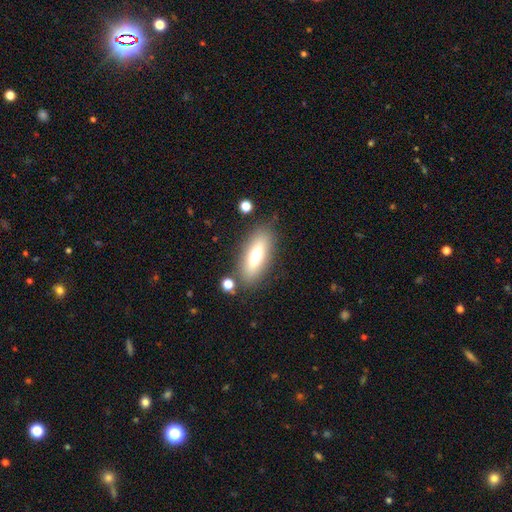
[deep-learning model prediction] Smooth or featured? Predicted: smooth (p=0.65). How rounded? Predicted: in between (p=0.68). Merging? Predicted: none (p=0.81).